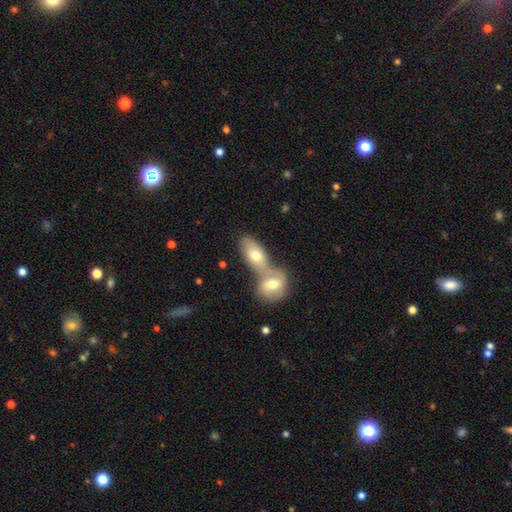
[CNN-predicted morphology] type=smooth (69%); roundness=in between (84%); merging=merger (64%).